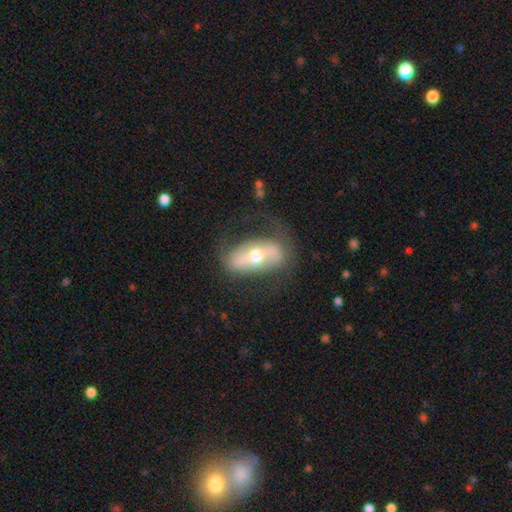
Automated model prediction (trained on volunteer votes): smooth_or_featured: featured or disk (p=0.62) [alt: smooth p=0.32]
disk_edge_on: no (p=0.84) [alt: yes p=0.16]
bar: strong (p=0.43) [alt: no p=0.34]
has_spiral_arms: yes (p=0.57) [alt: no p=0.43]
bulge_size: moderate (p=0.67) [alt: small p=0.24]
merging: none (p=0.63) [alt: minor disturbance p=0.20]